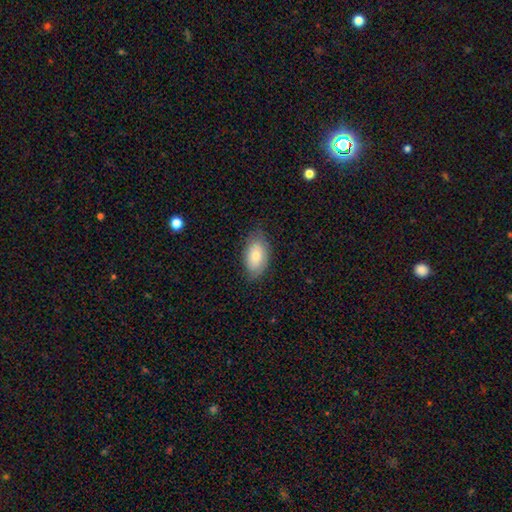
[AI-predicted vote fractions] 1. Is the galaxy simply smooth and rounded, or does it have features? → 79% smooth, 15% featured or disk, 7% star or artifact.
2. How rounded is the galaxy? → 94% in between, 4% round, 2% cigar-shaped.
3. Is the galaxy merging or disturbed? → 78% none, 17% minor disturbance, 4% major disturbance, 1% merger.